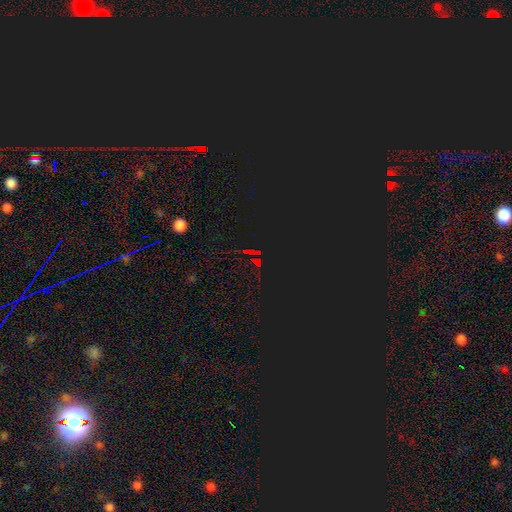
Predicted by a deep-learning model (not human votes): Q: Smooth or featured?
A: star or artifact (82%); runner-up: smooth (11%)